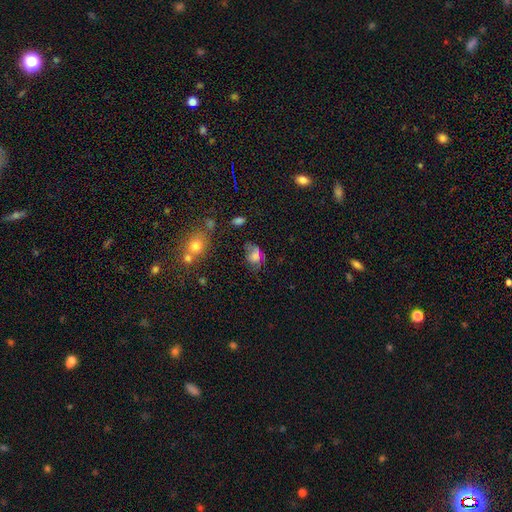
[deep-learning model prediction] A smooth galaxy with no disk features (58%) that is in between round and cigar-shaped (63%).

Vote fractions:
- Smooth or featured? smooth: 58% / featured or disk: 24% / star or artifact: 19%
- How rounded? in between: 63% / round: 35% / cigar-shaped: 2%
- Merging? none: 41% / minor disturbance: 27% / major disturbance: 22% / merger: 10%